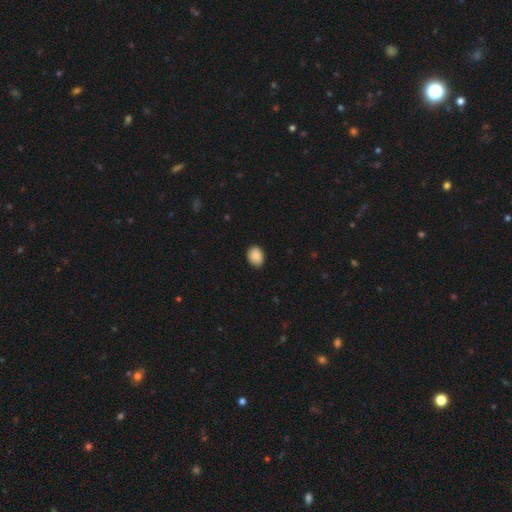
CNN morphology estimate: A smooth galaxy with no disk features (89%) that is in between round and cigar-shaped (59%).

Vote fractions:
- Smooth or featured? smooth: 89% / star or artifact: 7% / featured or disk: 3%
- How rounded? in between: 59% / round: 40% / cigar-shaped: 1%
- Merging? none: 86% / minor disturbance: 11% / major disturbance: 2% / merger: 1%